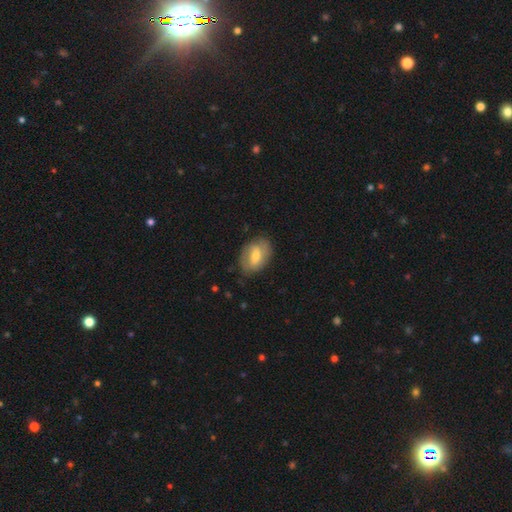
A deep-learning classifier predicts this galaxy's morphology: Q: Smooth or featured?
A: smooth (52%); runner-up: featured or disk (42%)
Q: How rounded?
A: in between (82%); runner-up: round (16%)
Q: Merging?
A: none (74%); runner-up: minor disturbance (19%)